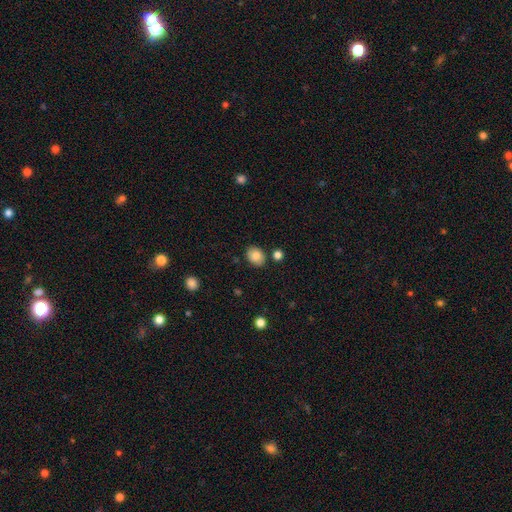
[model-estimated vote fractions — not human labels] A smooth galaxy with no disk features (83%) that is in between round and cigar-shaped (57%).

Vote fractions:
- Smooth or featured? smooth: 83% / star or artifact: 9% / featured or disk: 8%
- How rounded? in between: 57% / round: 42% / cigar-shaped: 1%
- Merging? none: 83% / minor disturbance: 10% / merger: 5% / major disturbance: 2%